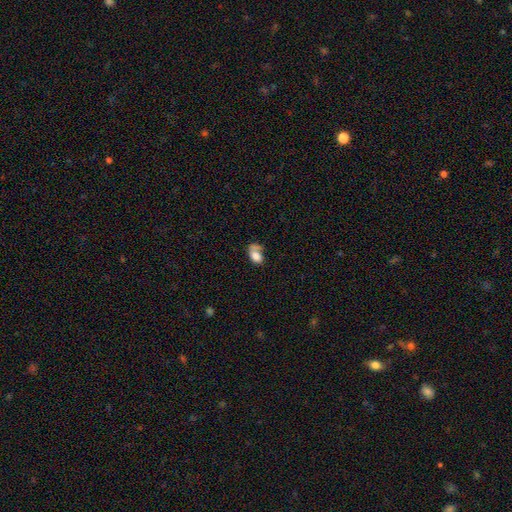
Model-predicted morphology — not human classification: smooth 73%, featured or disk 18%, star or artifact 9%. Down the decision tree: how rounded — in between (85%); merging — none (33%).